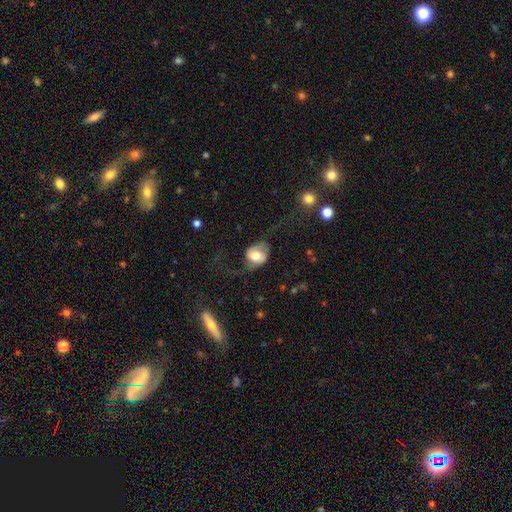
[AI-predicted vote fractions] Smooth or featured? featured or disk (46%, tied with smooth)
Merging? none (45%)